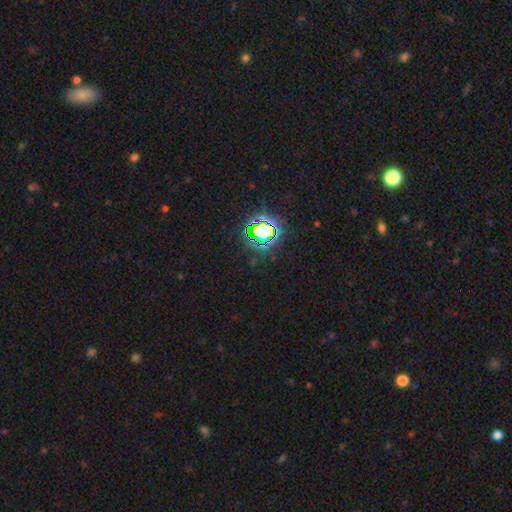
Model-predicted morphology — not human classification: A star or artifact, not a galaxy (81%).

Vote fractions:
- Smooth or featured? star or artifact: 81% / smooth: 13% / featured or disk: 7%